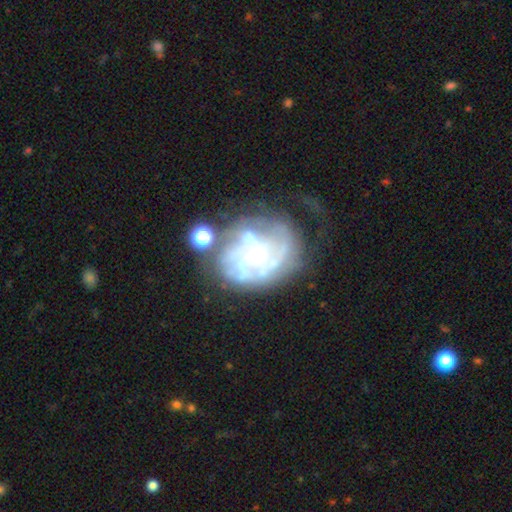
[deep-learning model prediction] The model was most divided on "merging": none: 41%, major disturbance: 27%, minor disturbance: 22%, merger: 11%. More confident: edge-on disk — no (98%); smooth or featured — featured or disk (78%); bar — no (77%); spiral arms — yes (67%); bulge size — small (61%); spiral winding — tight (52%); spiral arm count — can't tell (52%).